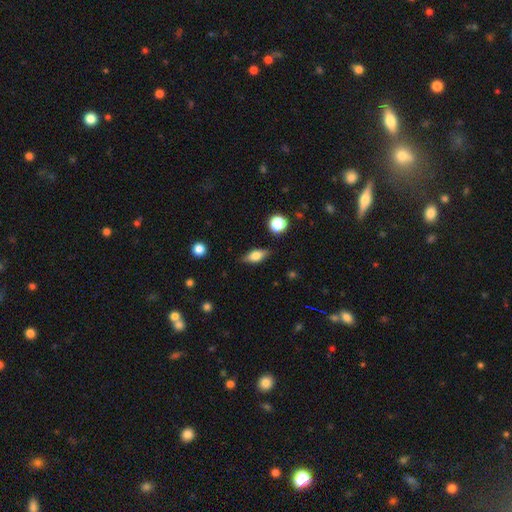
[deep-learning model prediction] Morphology: type=smooth (63%); roundness=in between (75%); merging=none (83%).